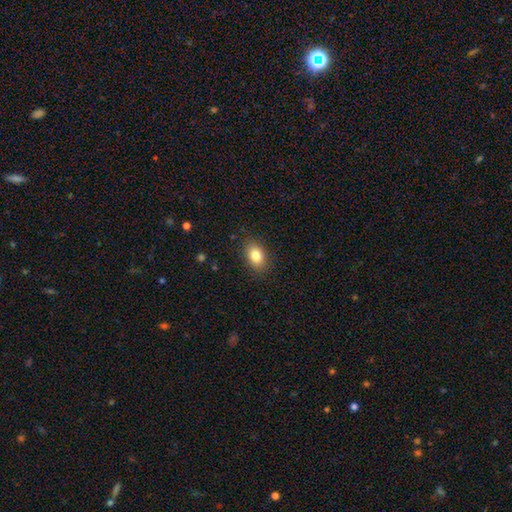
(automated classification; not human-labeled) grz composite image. It shows a smooth galaxy with no disk features (82%) that is in between round and cigar-shaped (79%). Merging: none (86%).